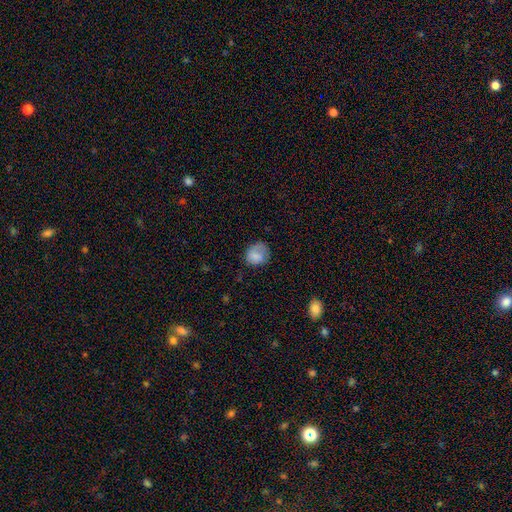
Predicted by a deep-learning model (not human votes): Smooth or featured: smooth — 79% (featured or disk — 12%)
How rounded: round — 63% (in between — 36%)
Merging: none — 57% (minor disturbance — 27%)